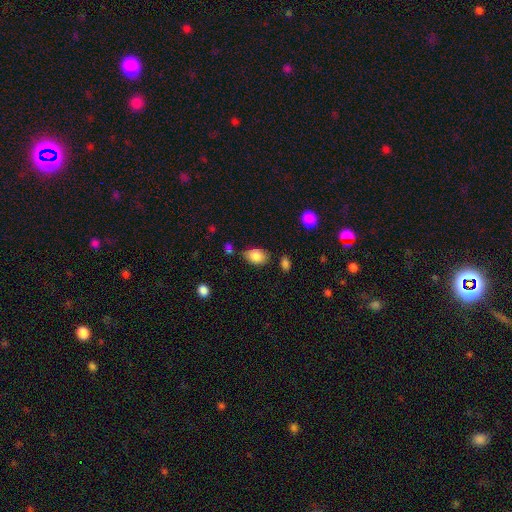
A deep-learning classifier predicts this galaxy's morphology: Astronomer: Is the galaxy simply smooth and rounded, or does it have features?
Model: smooth — 85%.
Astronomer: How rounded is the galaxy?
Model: in between — 85%.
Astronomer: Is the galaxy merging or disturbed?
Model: none — 69%.